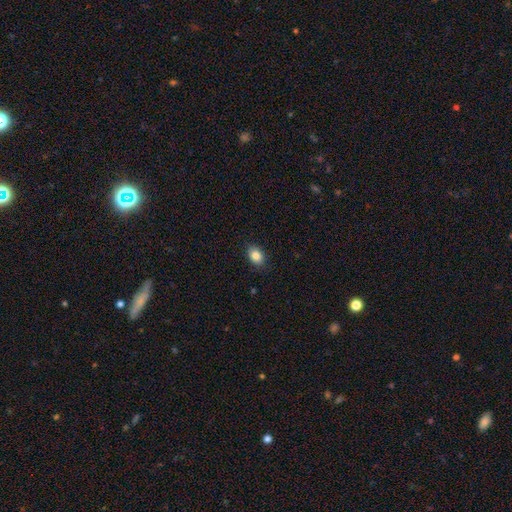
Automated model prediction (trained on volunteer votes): Smooth or featured: smooth — 86% (star or artifact — 9%)
How rounded: in between — 73% (round — 26%)
Merging: none — 86% (minor disturbance — 11%)